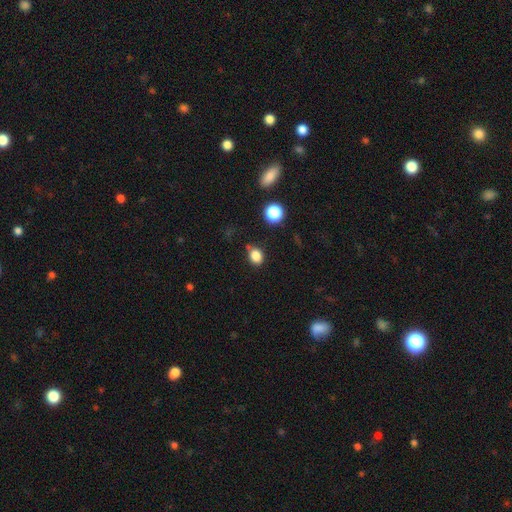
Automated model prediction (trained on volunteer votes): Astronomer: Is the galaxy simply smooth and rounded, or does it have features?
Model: smooth — 83%.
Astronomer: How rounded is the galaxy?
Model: in between — 51% (runner-up: round, 48%).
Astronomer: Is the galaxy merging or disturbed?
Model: none — 72%.